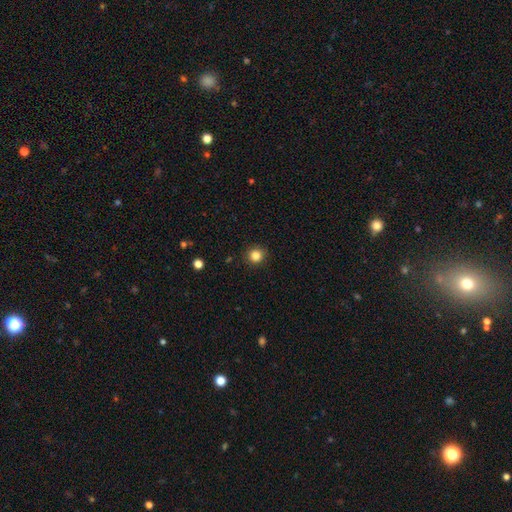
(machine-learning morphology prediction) A smooth galaxy with no disk features (84%) that is round (92%).

Vote fractions:
- Smooth or featured? smooth: 84% / star or artifact: 12% / featured or disk: 4%
- How rounded? round: 92% / in between: 7% / cigar-shaped: 1%
- Merging? none: 91% / minor disturbance: 6% / major disturbance: 2% / merger: 1%